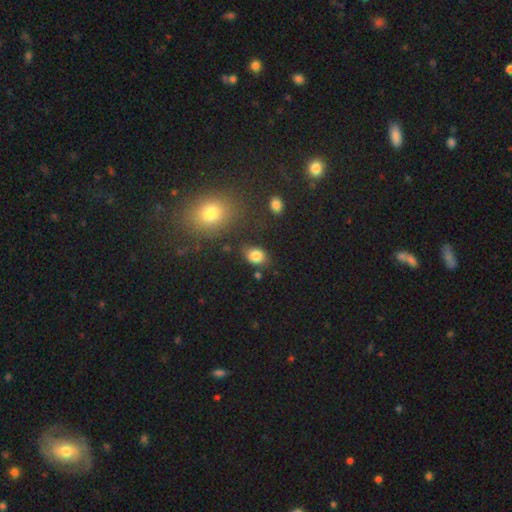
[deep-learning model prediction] Smooth or featured?
  - smooth: 84% *
  - star or artifact: 10%
  - featured or disk: 6%
How rounded?
  - in between: 65% *
  - round: 34%
  - cigar-shaped: 1%
Merging?
  - none: 74% *
  - minor disturbance: 16%
  - merger: 5%
  - major disturbance: 4%